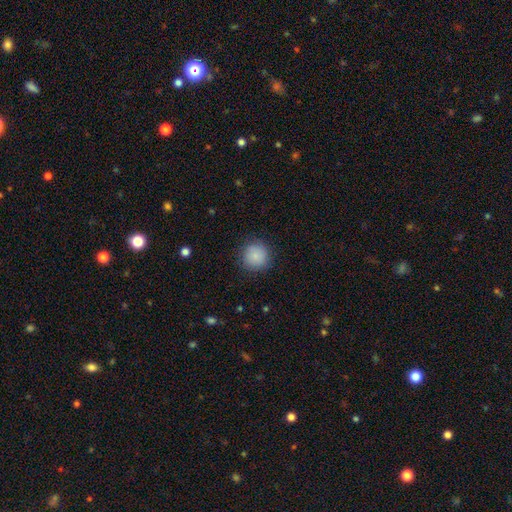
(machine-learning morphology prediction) Smooth or featured: smooth — 87% (star or artifact — 8%)
How rounded: round — 93% (in between — 6%)
Merging: none — 86% (minor disturbance — 10%)